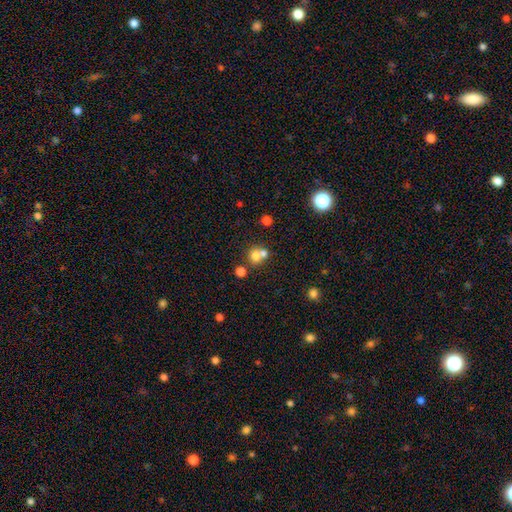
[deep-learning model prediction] Smooth or featured? Predicted: smooth (p=0.72). How rounded? Predicted: round (p=0.84). Merging? Predicted: merger (p=0.50).